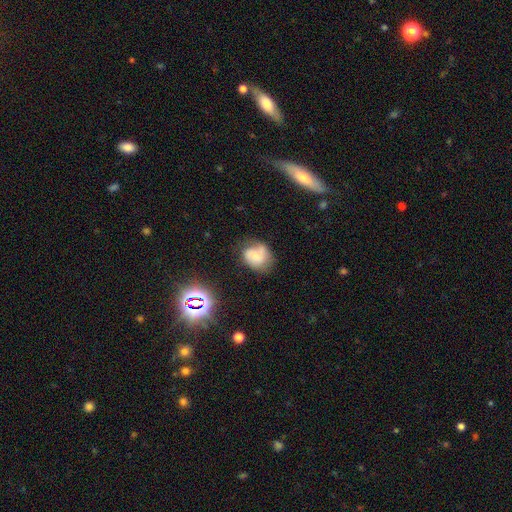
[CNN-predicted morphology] smooth-or-featured: smooth: 52% | featured or disk: 36% | star or artifact: 12%
  how-rounded: in between: 50% | round: 49% | cigar-shaped: 1%
  merging: none: 50% | minor disturbance: 30% | major disturbance: 15% | merger: 5%